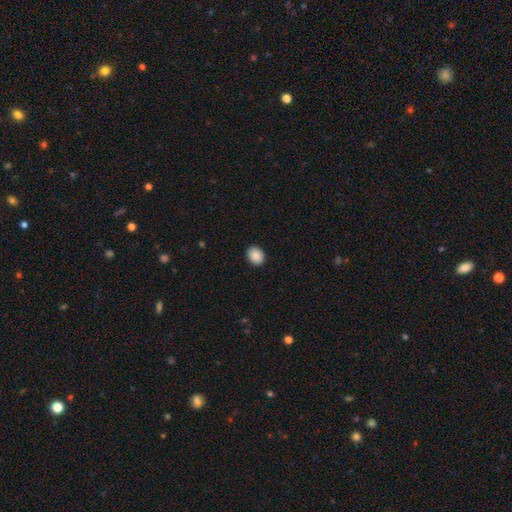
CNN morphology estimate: Q: Smooth or featured?
A: smooth (89%); runner-up: star or artifact (8%)
Q: How rounded?
A: in between (52%); runner-up: round (48%)
Q: Merging?
A: none (91%); runner-up: minor disturbance (6%)